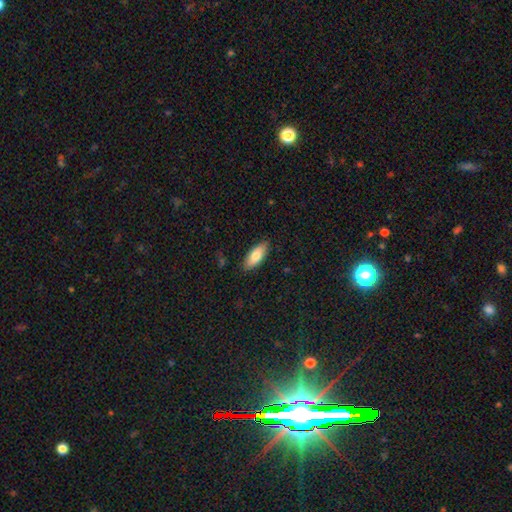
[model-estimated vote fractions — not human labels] Overall: smooth (79%). How rounded: in between (80%). Merging: none (87%).